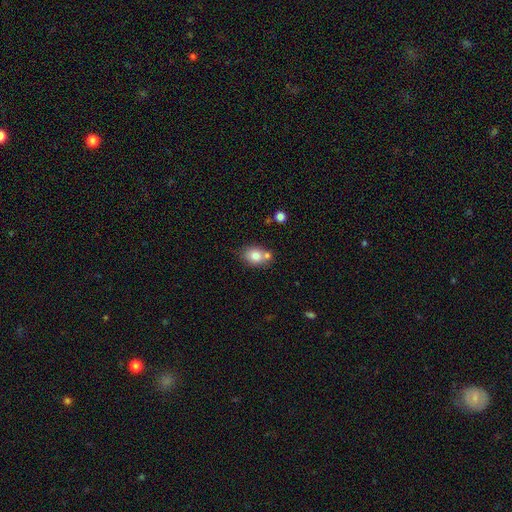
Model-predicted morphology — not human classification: This is likely a smooth galaxy (79%). How rounded: possibly in between (53%). Merging: possibly none (56%).